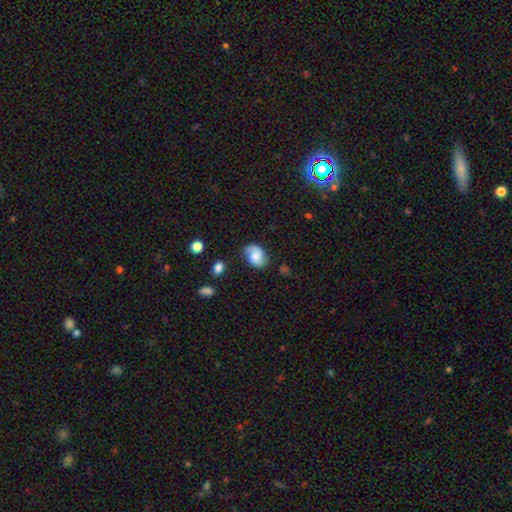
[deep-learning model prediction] smooth-or-featured: featured or disk: 54% | smooth: 37% | star or artifact: 9%
  disk-edge-on: no: 97% | yes: 3%
    bar: no: 54% | weak: 38% | strong: 8%
    has-spiral-arms: yes: 91% | no: 9%
    bulge-size: moderate: 36% | large: 21% | small: 21% | none: 19% | dominant: 4%
  merging: none: 71% | minor disturbance: 20% | major disturbance: 6% | merger: 3%